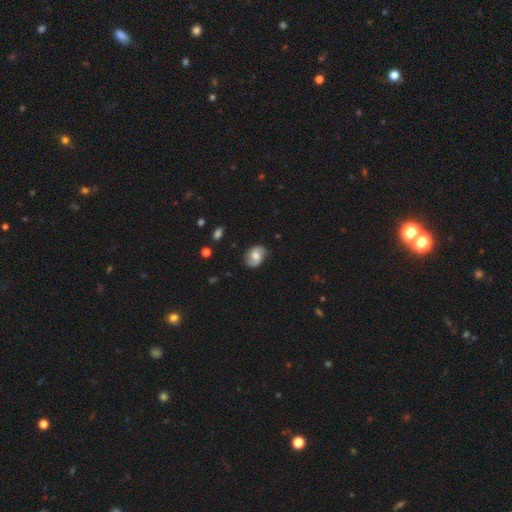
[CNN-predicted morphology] Smooth or featured?
  - smooth: 48% *
  - featured or disk: 44%
  - star or artifact: 8%
Merging?
  - none: 78% *
  - minor disturbance: 17%
  - major disturbance: 4%
  - merger: 1%